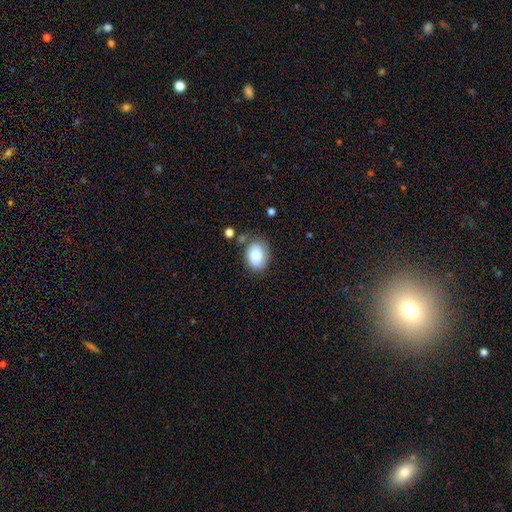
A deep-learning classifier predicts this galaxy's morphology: smooth 79%, featured or disk 13%, star or artifact 8%. Down the decision tree: how rounded — in between (70%); merging — none (69%).